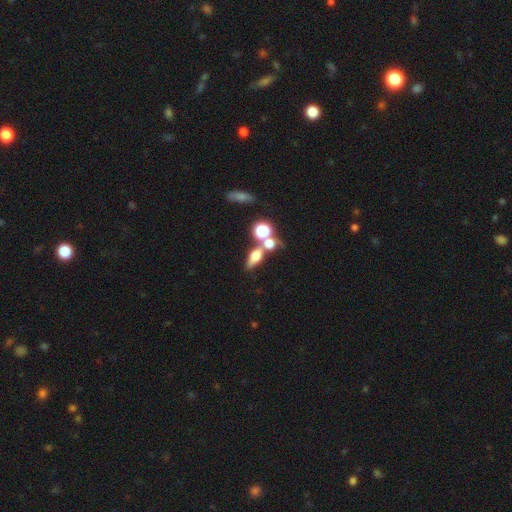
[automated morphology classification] This appears to be a smooth galaxy with no disk features (56%) that is in between round and cigar-shaped (51%). Merging: none (46%).